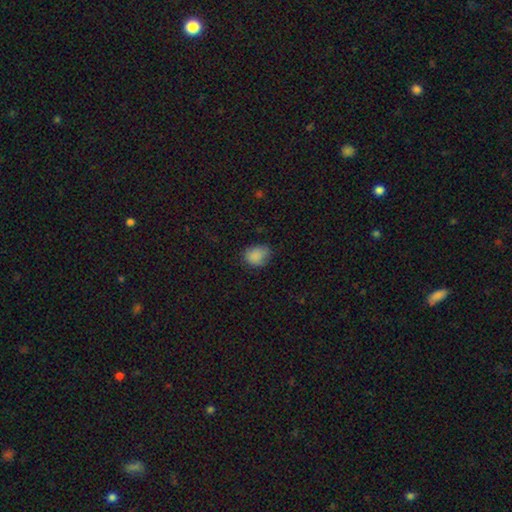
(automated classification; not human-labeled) Smooth or featured: smooth — 86% (star or artifact — 9%)
How rounded: round — 50% (in between — 49%)
Merging: none — 67% (minor disturbance — 26%)